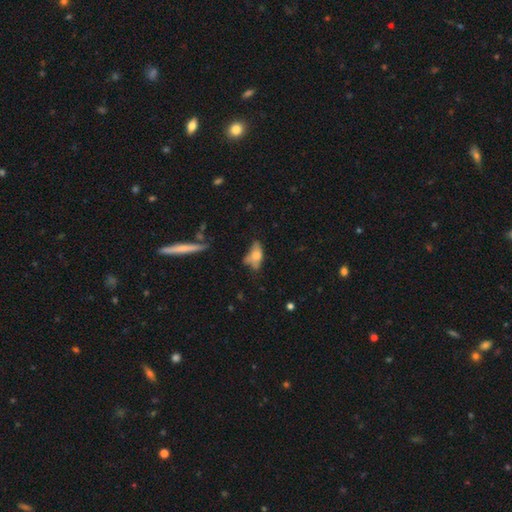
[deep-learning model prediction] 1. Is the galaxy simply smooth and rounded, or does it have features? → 62% smooth, 29% featured or disk, 10% star or artifact.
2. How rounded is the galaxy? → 82% in between, 13% cigar-shaped, 5% round.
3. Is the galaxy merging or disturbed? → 38% none, 31% minor disturbance, 20% major disturbance, 10% merger.